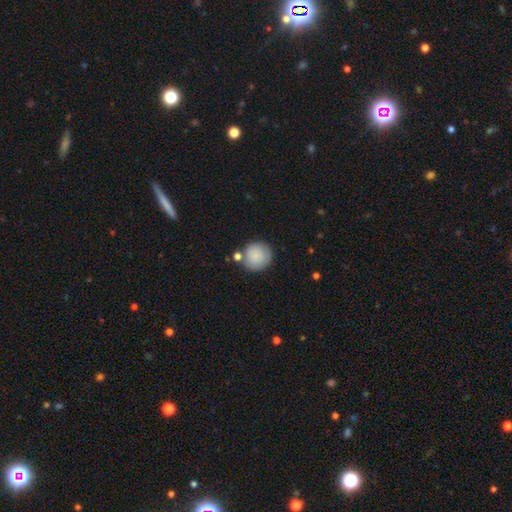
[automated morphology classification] Smooth or featured? Predicted: smooth (p=0.86). How rounded? Predicted: round (p=0.93). Merging? Predicted: none (p=0.72).